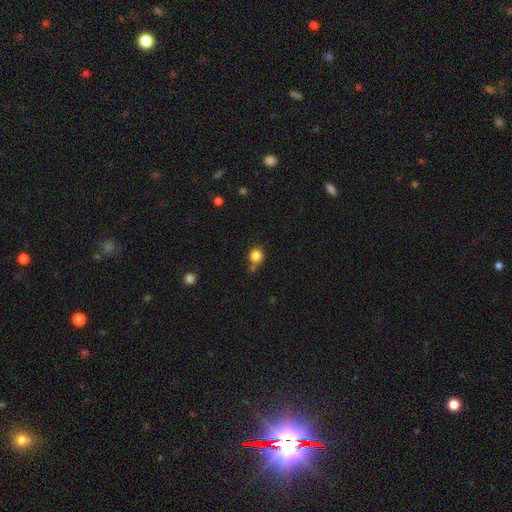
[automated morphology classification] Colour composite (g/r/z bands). It shows a smooth galaxy with no disk features (84%) that is round (88%). Merging: none (66%).